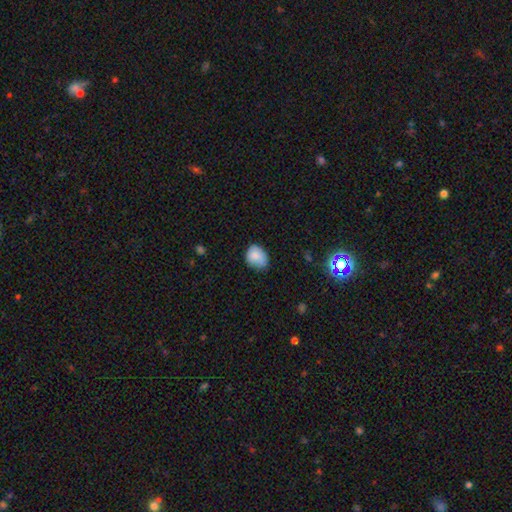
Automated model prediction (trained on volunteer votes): smooth 85%, star or artifact 8%, featured or disk 7%. Down the decision tree: how rounded — in between (53%); merging — none (60%).